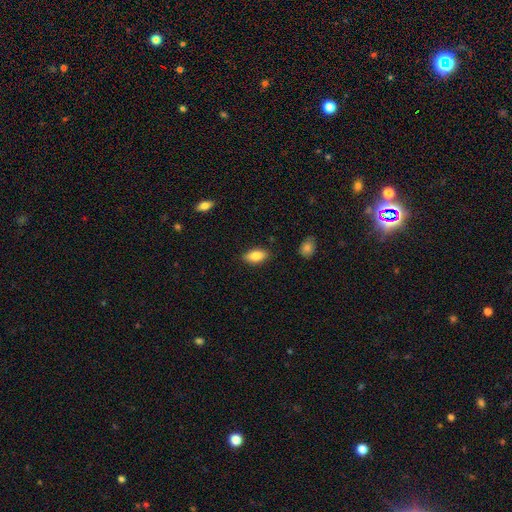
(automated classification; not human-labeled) The model was most divided on "smooth or featured": smooth: 82%, featured or disk: 11%, star or artifact: 7%. More confident: how rounded — in between (90%); merging — none (86%).